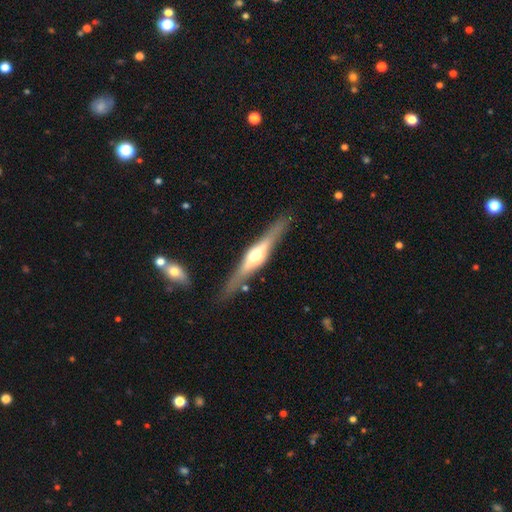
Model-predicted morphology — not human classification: Smooth or featured?
  - featured or disk: 73% *
  - smooth: 22%
  - star or artifact: 6%
Edge-on disk?
  - yes: 96% *
  - no: 4%
Edge-on bulge?
  - rounded: 91% *
  - boxy: 6%
  - none: 3%
Merging?
  - none: 85% *
  - minor disturbance: 10%
  - major disturbance: 3%
  - merger: 2%